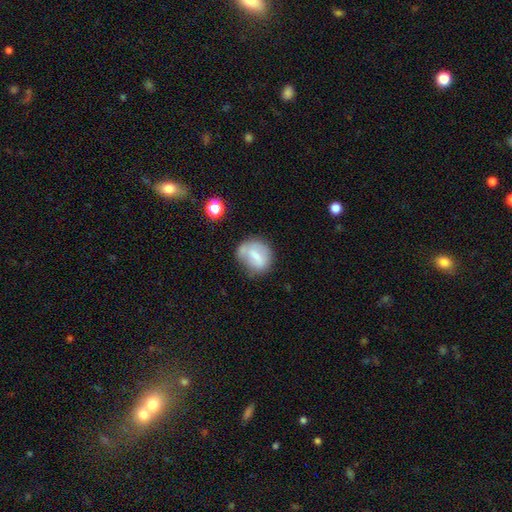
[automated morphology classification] smooth-or-featured: smooth: 59% | featured or disk: 32% | star or artifact: 9%
  how-rounded: round: 54% | in between: 44% | cigar-shaped: 2%
  merging: none: 49% | minor disturbance: 28% | major disturbance: 12% | merger: 10%